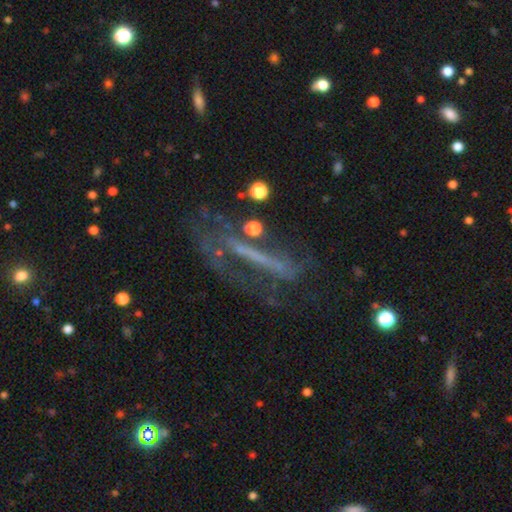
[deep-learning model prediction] Smooth or featured? Predicted: featured or disk (p=0.59). Edge-on disk? Predicted: no (p=0.62). Merging? Predicted: none (p=0.42).